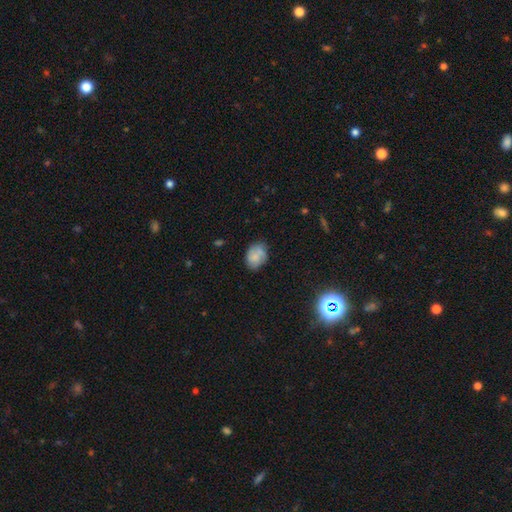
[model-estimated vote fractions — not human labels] Q: Smooth or featured?
A: smooth (74%); runner-up: featured or disk (18%)
Q: How rounded?
A: in between (70%); runner-up: round (29%)
Q: Merging?
A: none (65%); runner-up: minor disturbance (25%)